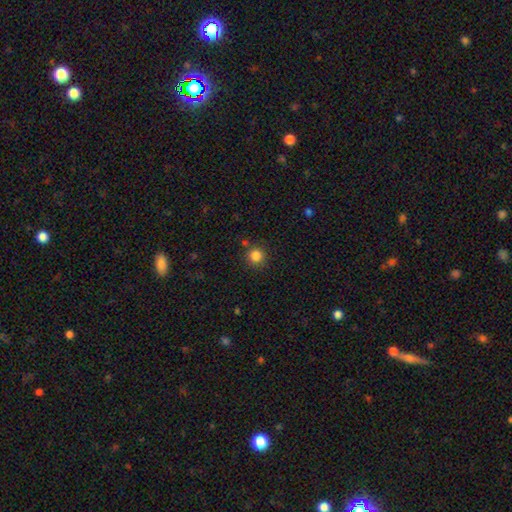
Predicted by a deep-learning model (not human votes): smooth_or_featured: smooth (p=0.84) [alt: star or artifact p=0.12]
how_rounded: round (p=0.94) [alt: in between p=0.05]
merging: none (p=0.85) [alt: minor disturbance p=0.08]